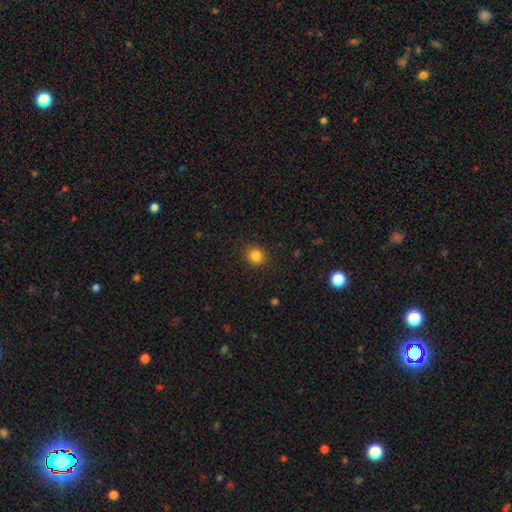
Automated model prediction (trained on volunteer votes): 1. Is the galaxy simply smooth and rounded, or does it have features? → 84% smooth, 11% star or artifact, 5% featured or disk.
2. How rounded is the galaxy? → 83% round, 16% in between, 1% cigar-shaped.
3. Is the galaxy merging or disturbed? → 89% none, 7% minor disturbance, 2% major disturbance, 1% merger.